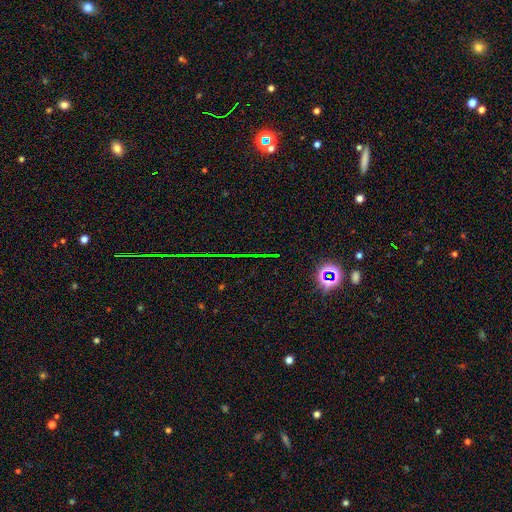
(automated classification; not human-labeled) Smooth or featured: star or artifact — 78% (featured or disk — 12%)